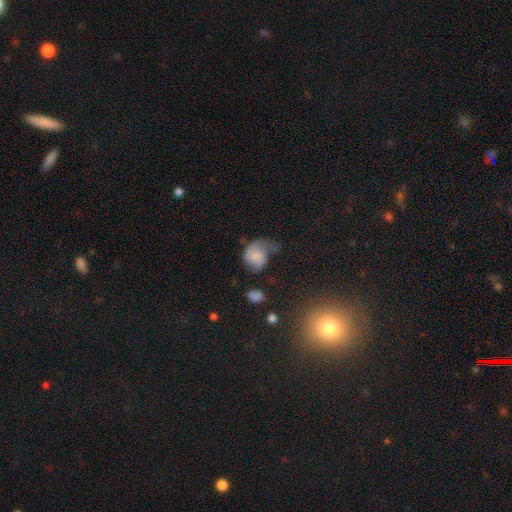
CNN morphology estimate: A smooth galaxy with no disk features (69%) that is round (55%). Merging: major disturbance (43%).